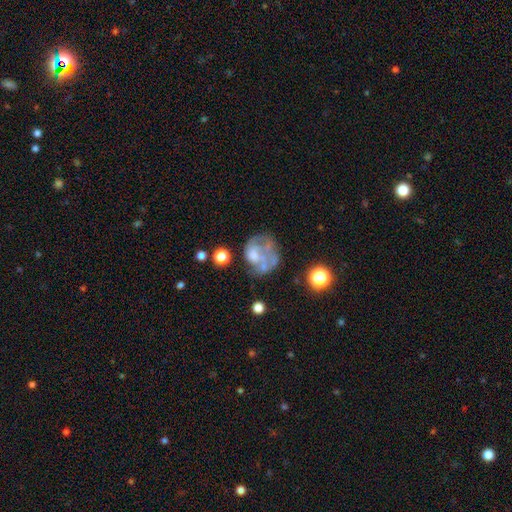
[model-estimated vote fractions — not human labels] smooth-or-featured: featured or disk: 57% | smooth: 31% | star or artifact: 12%
  disk-edge-on: no: 98% | yes: 2%
    bar: no: 88% | weak: 10% | strong: 2%
    has-spiral-arms: no: 79% | yes: 21%
    bulge-size: none: 56% | moderate: 20% | small: 17% | large: 5% | dominant: 2%
  merging: none: 34% | major disturbance: 33% | minor disturbance: 20% | merger: 13%